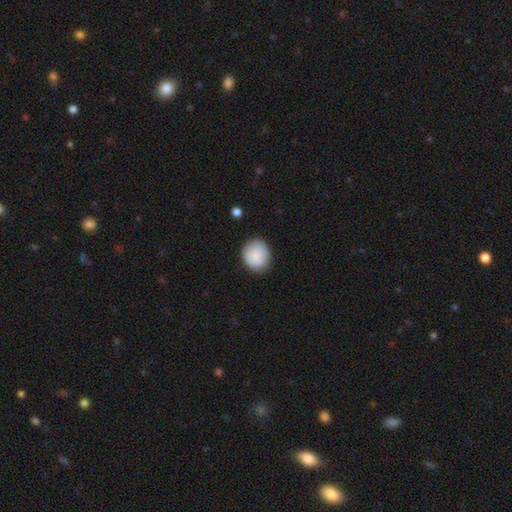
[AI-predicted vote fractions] smooth_or_featured: smooth (p=0.88) [alt: star or artifact p=0.07]
how_rounded: round (p=0.74) [alt: in between p=0.25]
merging: none (p=0.82) [alt: minor disturbance p=0.14]